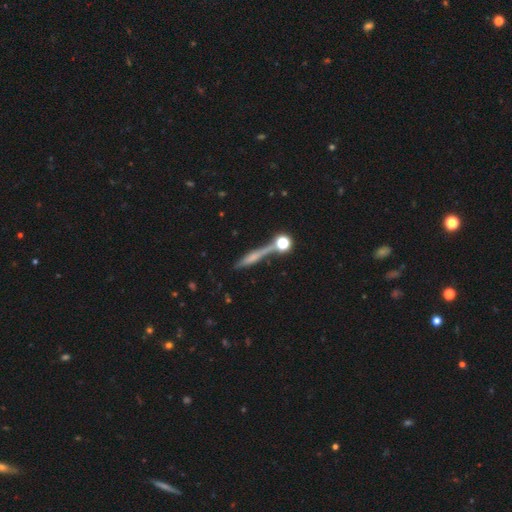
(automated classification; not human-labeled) A featured or disk galaxy (48%). Merging: none (66%).